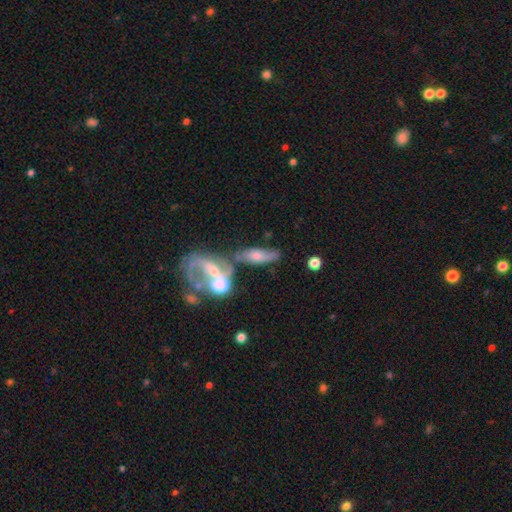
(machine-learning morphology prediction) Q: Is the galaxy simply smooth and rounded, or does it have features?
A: smooth — 46%.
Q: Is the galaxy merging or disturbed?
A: merger — 42%.